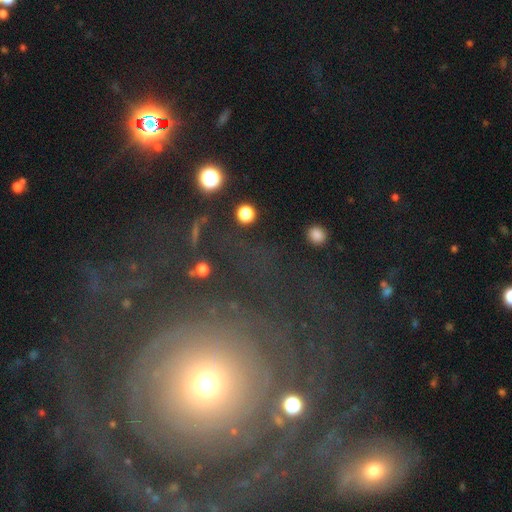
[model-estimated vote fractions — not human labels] featured or disk 60%, smooth 24%, star or artifact 17%. Down the decision tree: edge-on disk — no (95%); bar — no (86%); spiral arms — yes (68%); bulge size — small (49%); merging — none (67%).